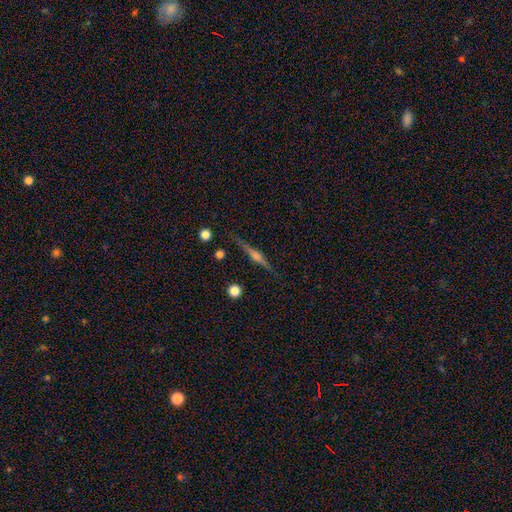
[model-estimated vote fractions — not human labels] A featured or disk galaxy (78%) viewed edge-on (98%) with a rounded central bulge (80%). Merging: none (87%).